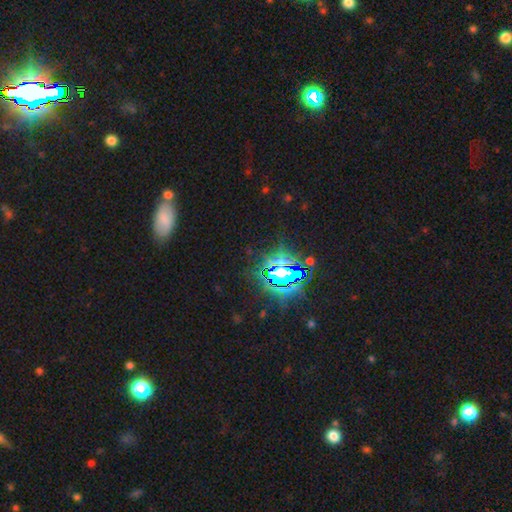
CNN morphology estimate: Overall: star or artifact (78%).